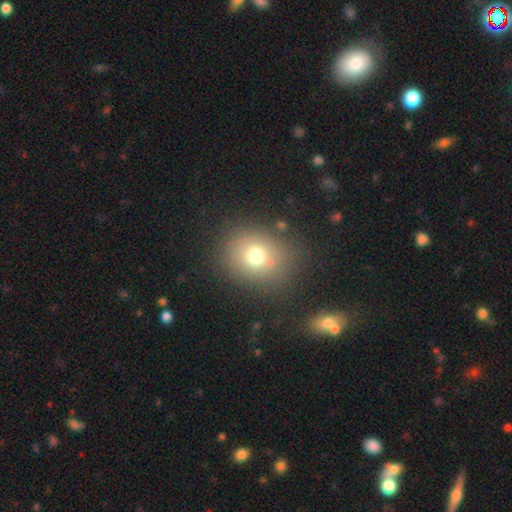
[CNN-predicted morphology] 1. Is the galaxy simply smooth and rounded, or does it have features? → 72% smooth, 15% star or artifact, 13% featured or disk.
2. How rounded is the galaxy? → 64% round, 35% in between, 1% cigar-shaped.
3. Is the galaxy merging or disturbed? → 79% none, 12% minor disturbance, 6% major disturbance, 4% merger.